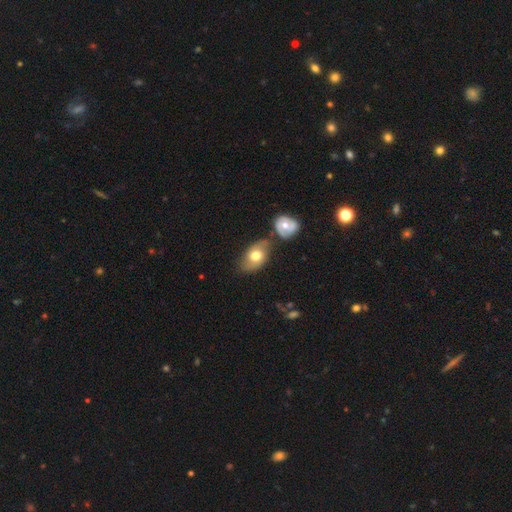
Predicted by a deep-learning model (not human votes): smooth 63%, featured or disk 30%, star or artifact 7%. Down the decision tree: how rounded — in between (86%); merging — none (59%).